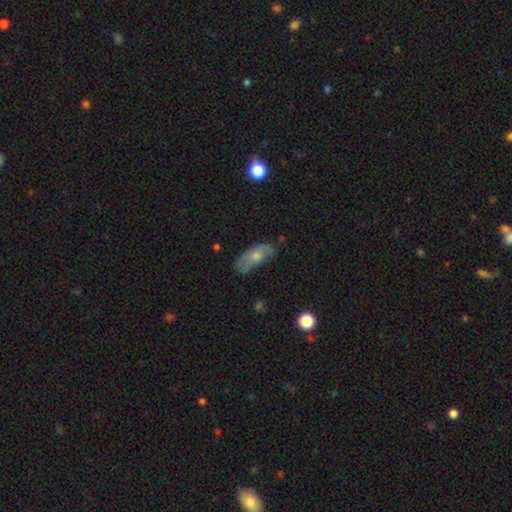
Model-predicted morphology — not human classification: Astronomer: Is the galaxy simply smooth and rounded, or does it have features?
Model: smooth — 59%.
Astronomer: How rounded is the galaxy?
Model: in between — 84%.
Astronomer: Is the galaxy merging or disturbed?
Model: none — 58%.